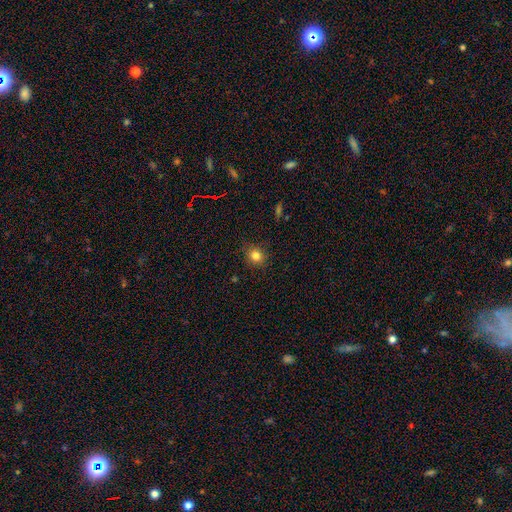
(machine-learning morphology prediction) A smooth galaxy with no disk features (81%) that is round (81%). Merging: none (87%).